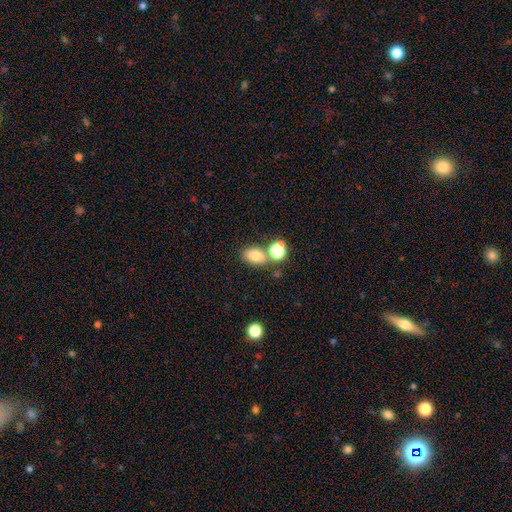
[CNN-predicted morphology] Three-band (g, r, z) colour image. It shows a smooth galaxy with no disk features (79%) that is in between round and cigar-shaped (77%). Merging: none (59%).